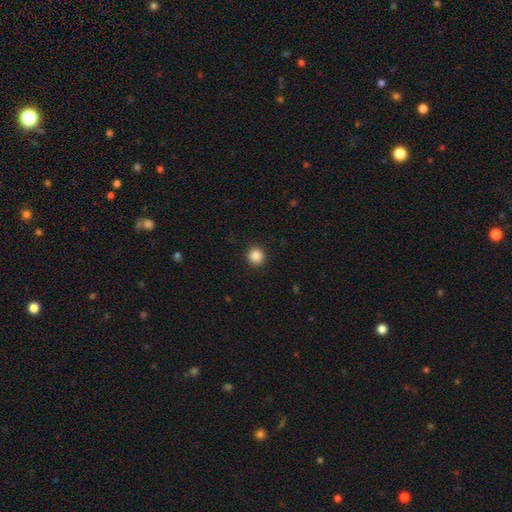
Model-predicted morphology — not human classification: Overall: smooth (88%). How rounded: round (94%). Merging: none (92%).